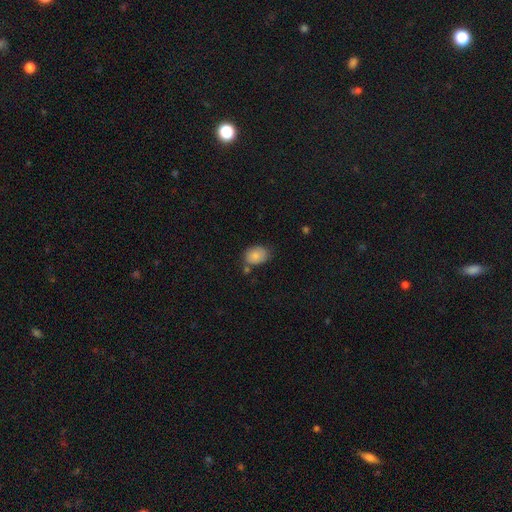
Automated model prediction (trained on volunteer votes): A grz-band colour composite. It shows a smooth galaxy with no disk features (85%) that is in between round and cigar-shaped (73%). Merging: none (67%).